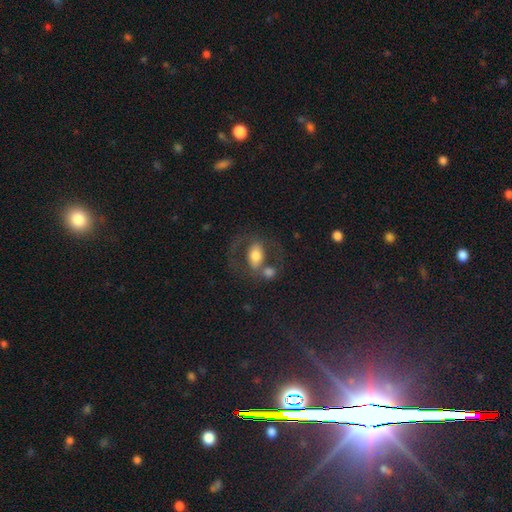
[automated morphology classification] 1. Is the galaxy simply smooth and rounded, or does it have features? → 50% smooth, 41% featured or disk, 9% star or artifact.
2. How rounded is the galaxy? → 81% in between, 17% round, 3% cigar-shaped.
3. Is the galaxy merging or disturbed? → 42% none, 30% merger, 14% minor disturbance, 14% major disturbance.